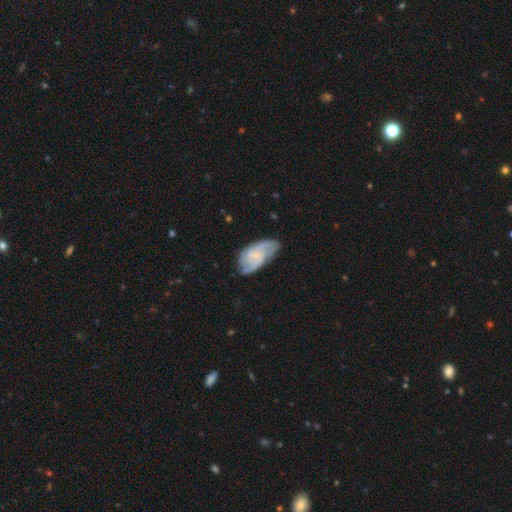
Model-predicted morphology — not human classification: Smooth or featured? Predicted: featured or disk (p=0.68). Edge-on disk? Predicted: no (p=0.96). Bar? Predicted: no (p=0.60). Spiral arms? Predicted: yes (p=0.89). Spiral winding? Predicted: medium (p=0.45). Spiral arm count? Predicted: 2 (p=0.45). Bulge size? Predicted: small (p=0.69). Merging? Predicted: none (p=0.55).